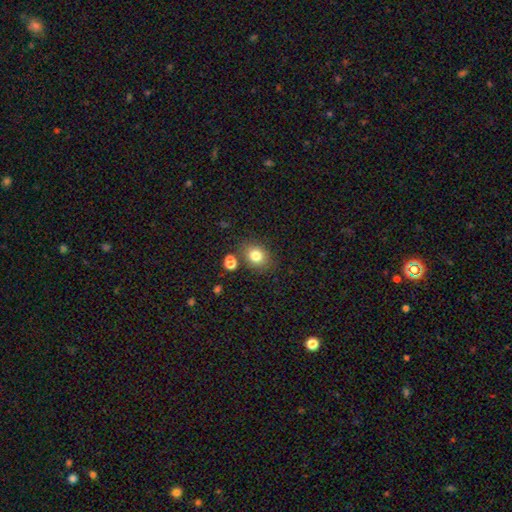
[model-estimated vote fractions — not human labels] Smooth or featured? smooth (80%)
How rounded? round (53%)
Merging? none (75%)